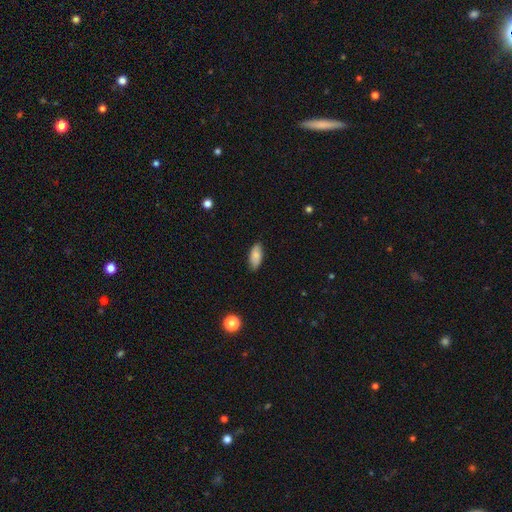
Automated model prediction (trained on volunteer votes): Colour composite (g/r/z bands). It shows a smooth galaxy with no disk features (82%) that is in between round and cigar-shaped (88%). Merging: none (85%).